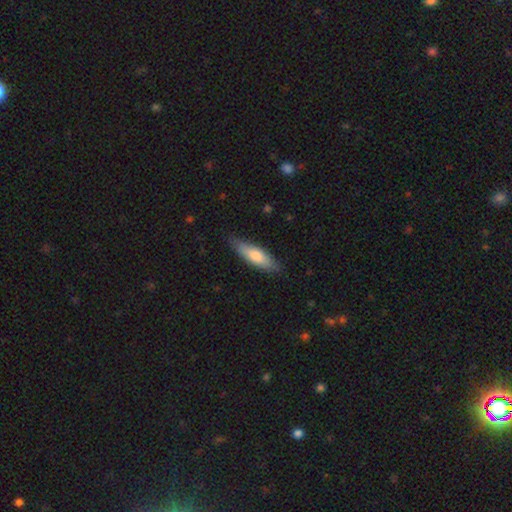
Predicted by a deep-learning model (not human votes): A smooth galaxy with no disk features (74%) that is cigar-shaped (52%). Merging: none (82%).